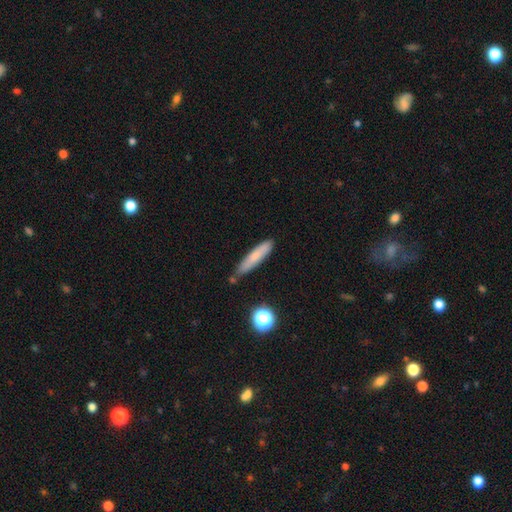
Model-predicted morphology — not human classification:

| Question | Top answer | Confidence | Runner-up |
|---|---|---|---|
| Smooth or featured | smooth | 73% | featured or disk (18%) |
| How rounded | cigar-shaped | 87% | in between (11%) |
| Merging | none | 74% | minor disturbance (18%) |